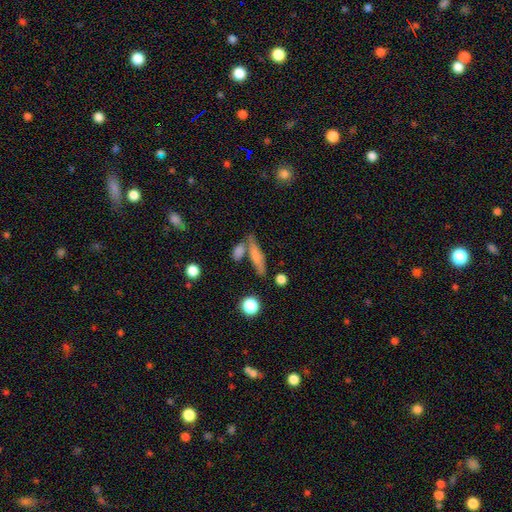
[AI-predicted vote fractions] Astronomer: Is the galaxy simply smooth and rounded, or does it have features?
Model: smooth — 67%.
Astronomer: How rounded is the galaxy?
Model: cigar-shaped — 69%.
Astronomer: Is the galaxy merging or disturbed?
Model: none — 59%.